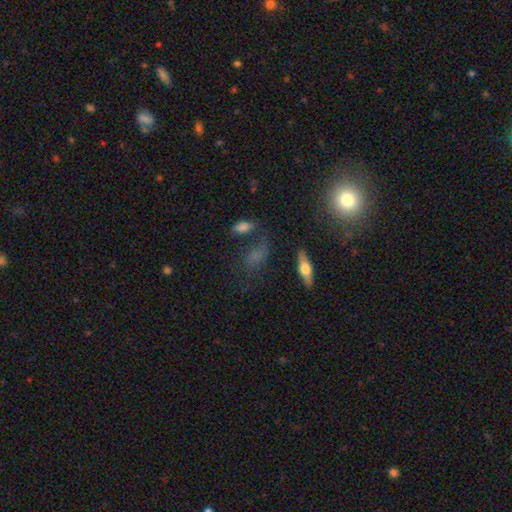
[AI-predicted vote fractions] This appears to be a smooth galaxy with no disk features (50%). Merging: none (56%).